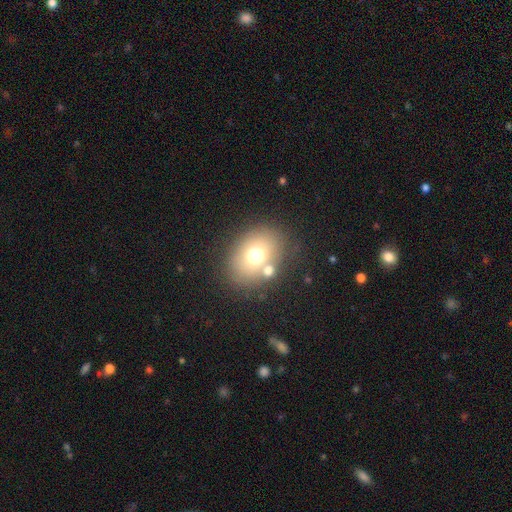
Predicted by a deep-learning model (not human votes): Smooth or featured?
  - smooth: 68% *
  - featured or disk: 17%
  - star or artifact: 14%
How rounded?
  - in between: 57% *
  - round: 42%
  - cigar-shaped: 1%
Merging?
  - none: 70% *
  - merger: 14%
  - minor disturbance: 11%
  - major disturbance: 5%